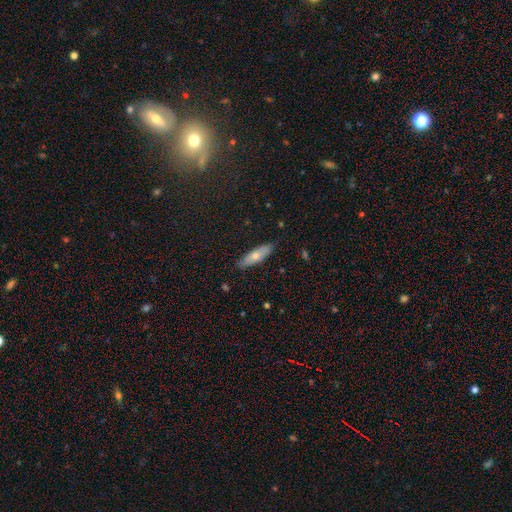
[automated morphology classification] smooth 62%, featured or disk 31%, star or artifact 6%. Down the decision tree: how rounded — cigar-shaped (52%); merging — none (84%).